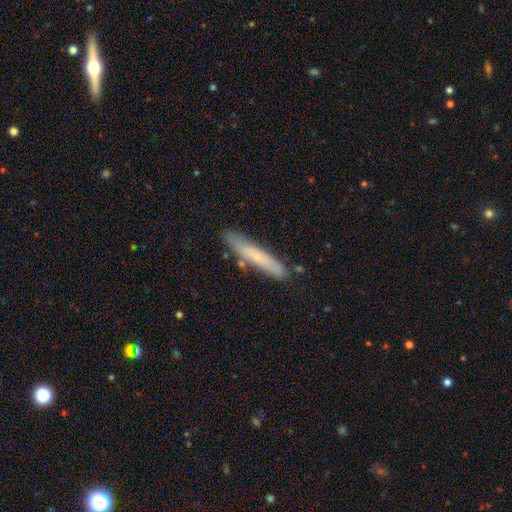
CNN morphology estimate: A smooth galaxy with no disk features (66%) that is cigar-shaped (94%).

Vote fractions:
- Smooth or featured? smooth: 66% / featured or disk: 27% / star or artifact: 7%
- How rounded? cigar-shaped: 94% / in between: 5% / round: 1%
- Merging? none: 83% / minor disturbance: 12% / merger: 3% / major disturbance: 2%